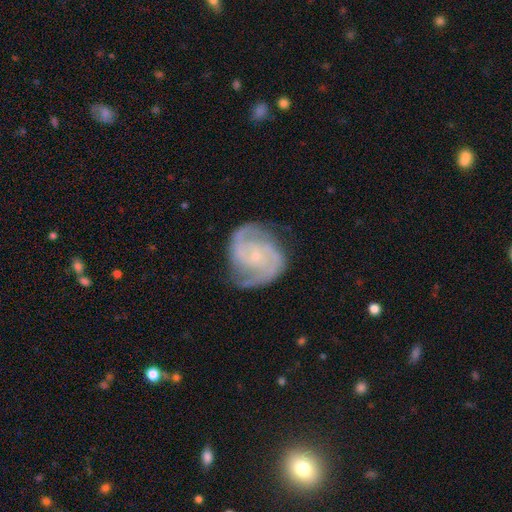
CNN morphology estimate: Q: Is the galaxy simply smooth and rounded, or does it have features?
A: featured or disk — 90%.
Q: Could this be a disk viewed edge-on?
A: no — 98%.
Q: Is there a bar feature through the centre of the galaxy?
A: no — 66%.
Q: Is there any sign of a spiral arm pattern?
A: yes — 98%.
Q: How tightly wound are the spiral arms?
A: medium — 50%.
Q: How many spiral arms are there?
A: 2 — 81%.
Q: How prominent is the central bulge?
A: small — 81%.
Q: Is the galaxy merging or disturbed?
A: none — 76%.